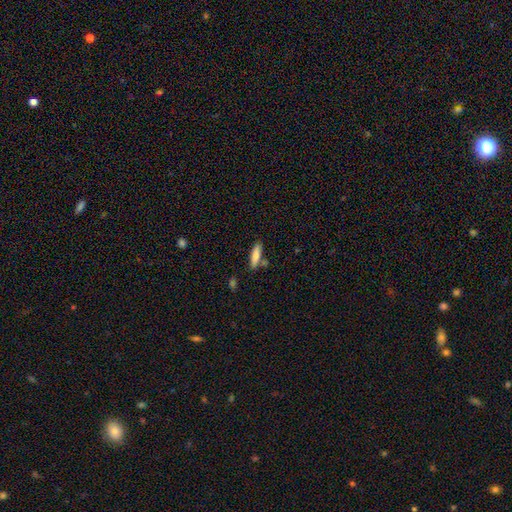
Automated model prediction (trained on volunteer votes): Morphology: type=smooth (78%); roundness=cigar-shaped (67%); merging=none (75%).